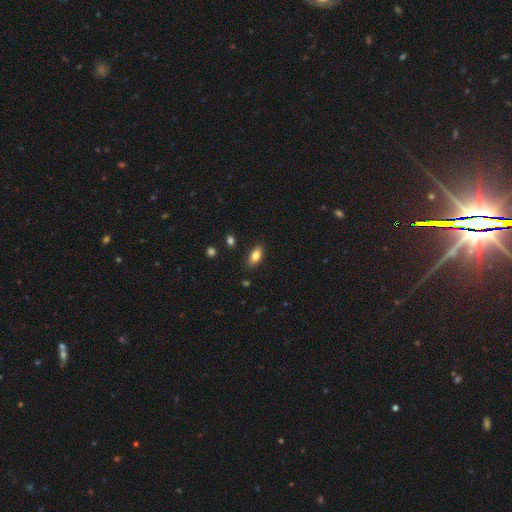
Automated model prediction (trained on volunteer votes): smooth_or_featured: smooth (p=0.80) [alt: featured or disk p=0.12]
how_rounded: in between (p=0.88) [alt: cigar-shaped p=0.08]
merging: none (p=0.86) [alt: minor disturbance p=0.10]